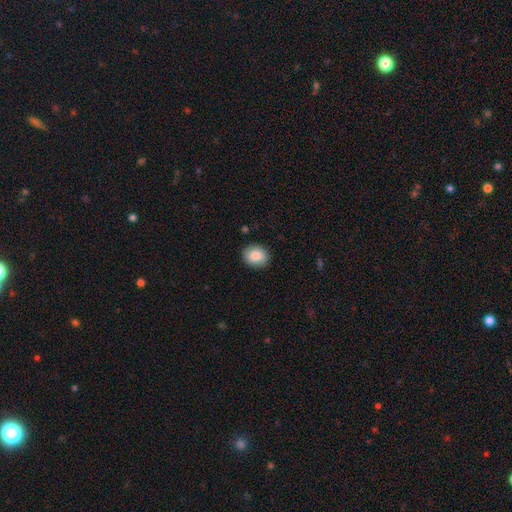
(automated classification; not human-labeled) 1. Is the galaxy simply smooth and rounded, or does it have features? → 85% smooth, 7% star or artifact, 7% featured or disk.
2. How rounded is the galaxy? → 63% round, 36% in between, 1% cigar-shaped.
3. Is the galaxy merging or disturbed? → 89% none, 8% minor disturbance, 2% major disturbance, 1% merger.